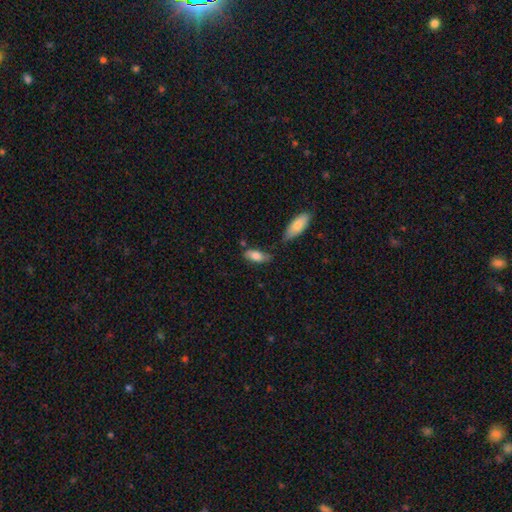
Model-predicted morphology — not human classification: This appears to be a smooth galaxy with no disk features (79%) that is in between round and cigar-shaped (83%). Merging: none (63%).